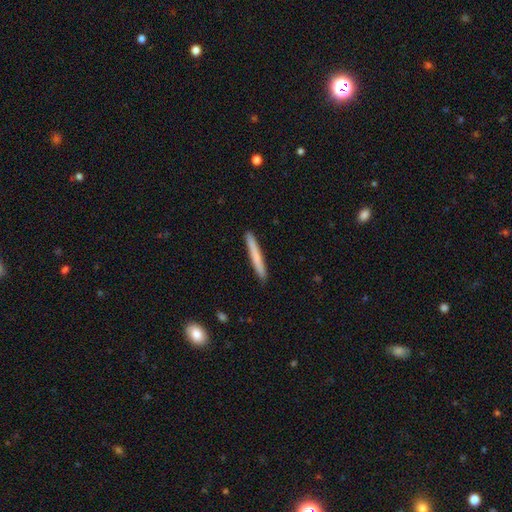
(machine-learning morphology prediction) type=smooth (71%); roundness=cigar-shaped (97%); merging=none (92%).